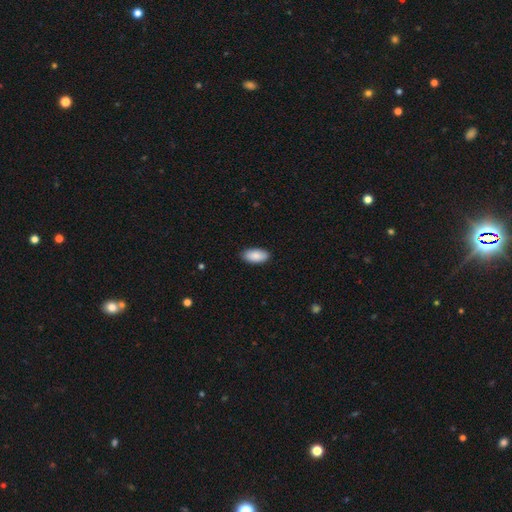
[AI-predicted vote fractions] smooth 88%, star or artifact 6%, featured or disk 6%. Down the decision tree: how rounded — in between (93%); merging — none (87%).